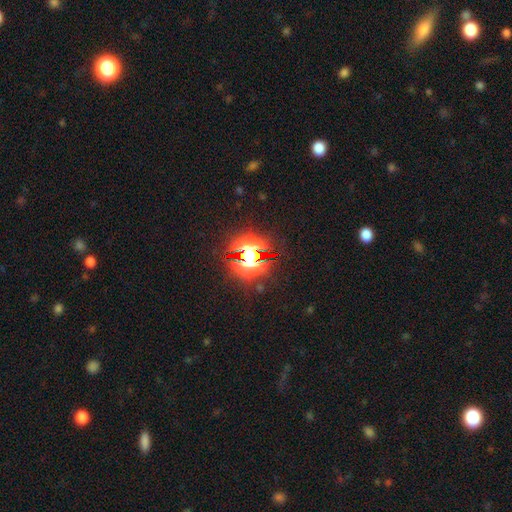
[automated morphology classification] Smooth or featured? Predicted: star or artifact (p=0.72).